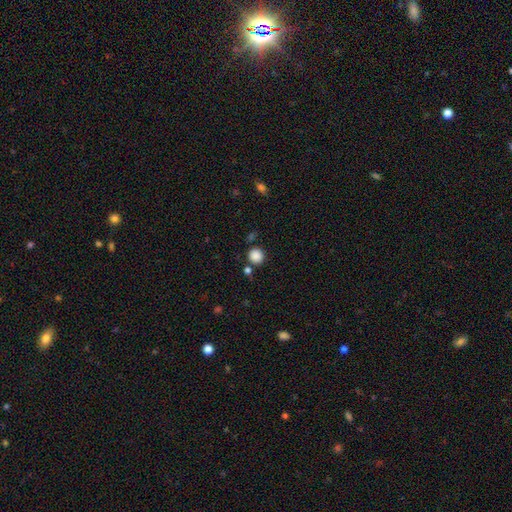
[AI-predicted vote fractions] Smooth or featured? smooth (86%)
How rounded? round (90%)
Merging? none (81%)